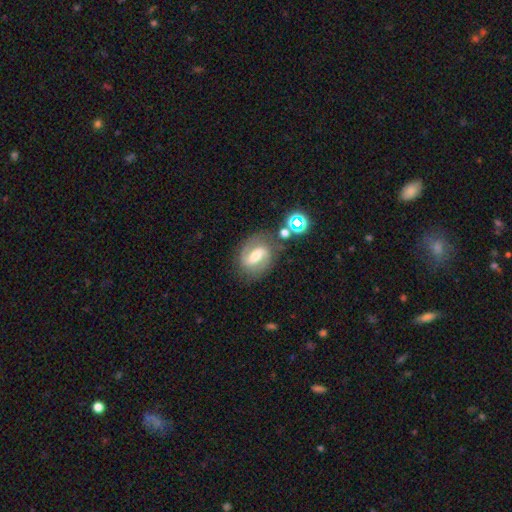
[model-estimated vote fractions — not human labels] Smooth or featured? featured or disk (66%)
Edge-on disk? no (95%)
Bar? strong (44%)
Spiral arms? yes (84%)
Spiral winding? medium (48%)
Spiral arm count? 2 (81%)
Bulge size? moderate (56%)
Merging? none (70%)